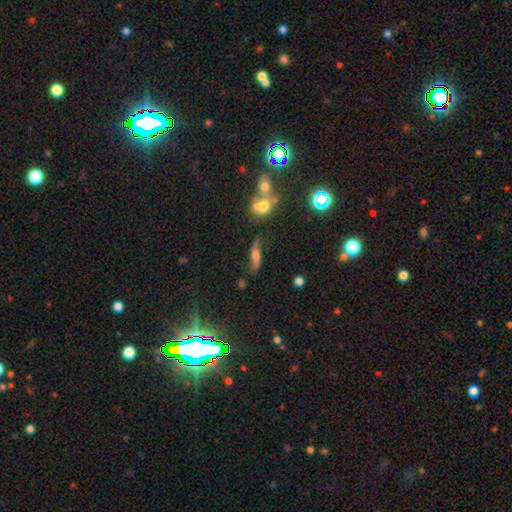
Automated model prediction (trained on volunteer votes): smooth-or-featured: featured or disk: 50% | smooth: 37% | star or artifact: 14%
  merging: none: 62% | minor disturbance: 21% | major disturbance: 10% | merger: 8%